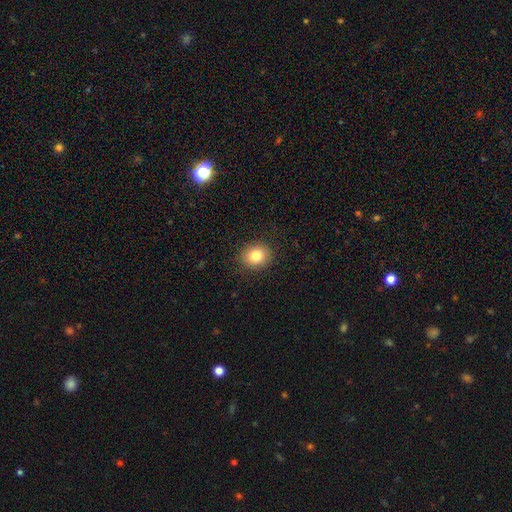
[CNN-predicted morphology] Smooth or featured? Predicted: smooth (p=0.81). How rounded? Predicted: round (p=0.67). Merging? Predicted: none (p=0.89).